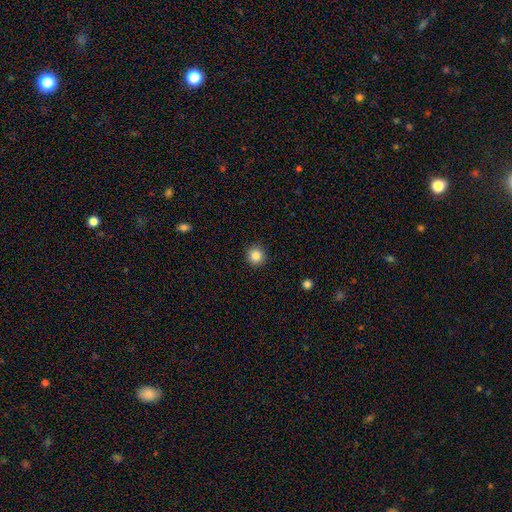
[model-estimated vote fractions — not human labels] Overall: smooth (85%). How rounded: round (94%). Merging: none (92%).